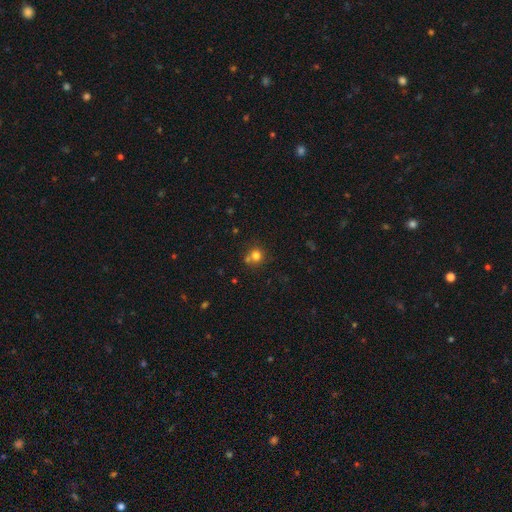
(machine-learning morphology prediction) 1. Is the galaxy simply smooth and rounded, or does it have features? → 77% smooth, 15% star or artifact, 9% featured or disk.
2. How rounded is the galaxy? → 88% round, 11% in between, 1% cigar-shaped.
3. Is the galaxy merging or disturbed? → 60% none, 26% merger, 10% minor disturbance, 4% major disturbance.